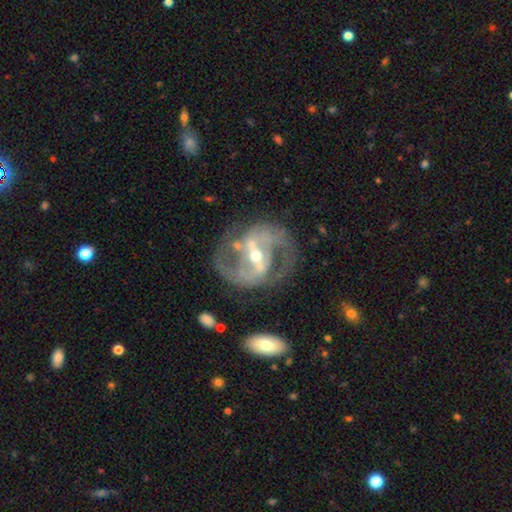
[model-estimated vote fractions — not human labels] featured or disk 90%, star or artifact 5%, smooth 5%. Down the decision tree: edge-on disk — no (96%); bar — strong (68%); spiral arms — yes (93%); spiral arm count — 2 (90%); spiral winding — medium (58%); bulge size — moderate (53%); merging — none (72%).